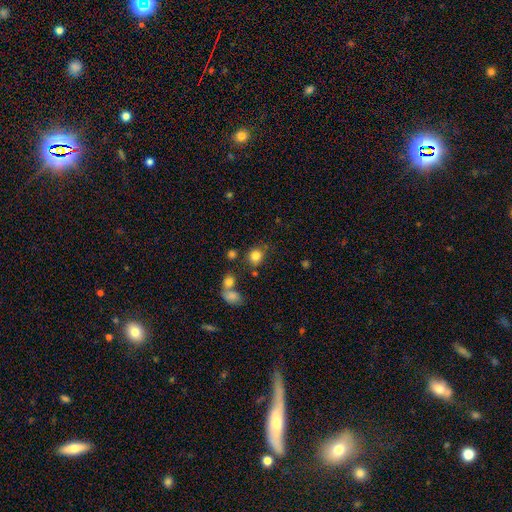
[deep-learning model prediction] The model was most divided on "how rounded": round: 77%, in between: 22%, cigar-shaped: 1%. More confident: smooth or featured — smooth (81%); merging — none (72%).